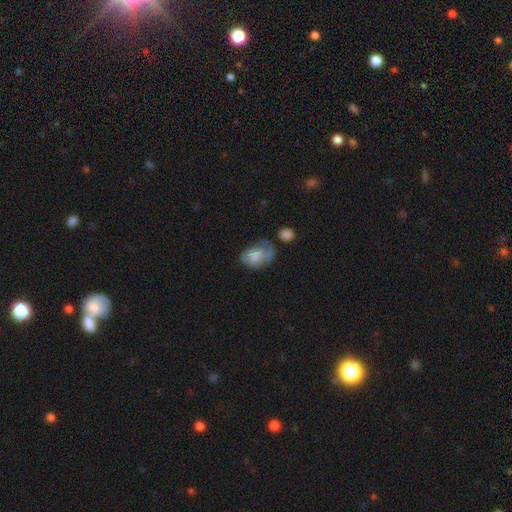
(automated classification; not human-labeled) A smooth galaxy with no disk features (69%) that is in between round and cigar-shaped (83%). Merging: none (38%).